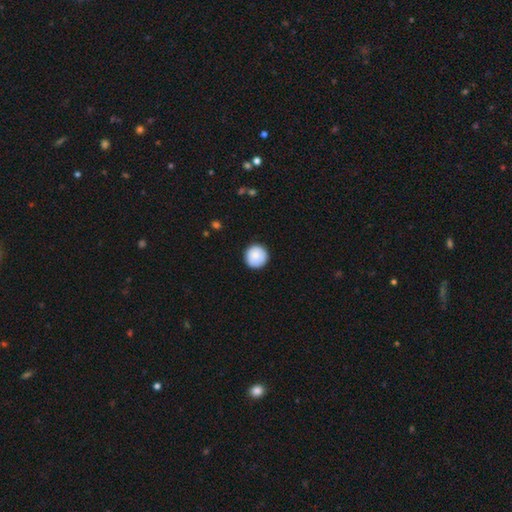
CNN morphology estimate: A smooth galaxy with no disk features (84%) that is round (95%). Merging: none (90%).